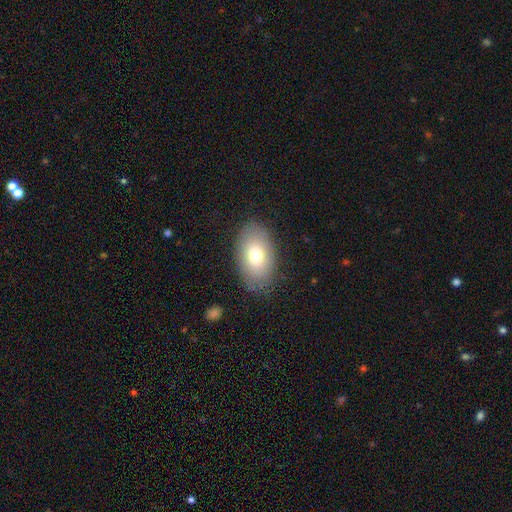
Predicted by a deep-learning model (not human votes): Smooth or featured? smooth (75%)
How rounded? in between (93%)
Merging? none (83%)